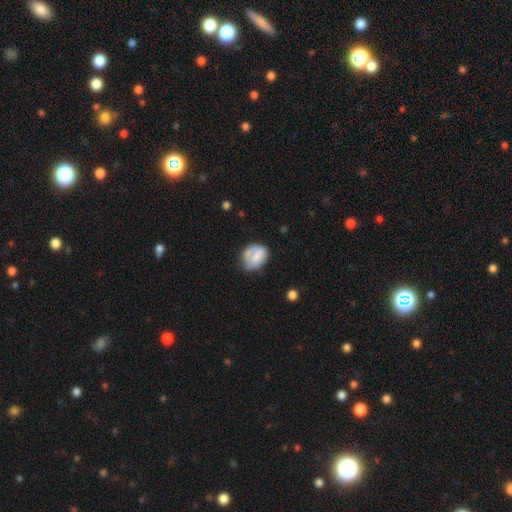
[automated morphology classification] This is likely a smooth galaxy (71%). How rounded: possibly in between (54%). Merging: possibly none (51%).